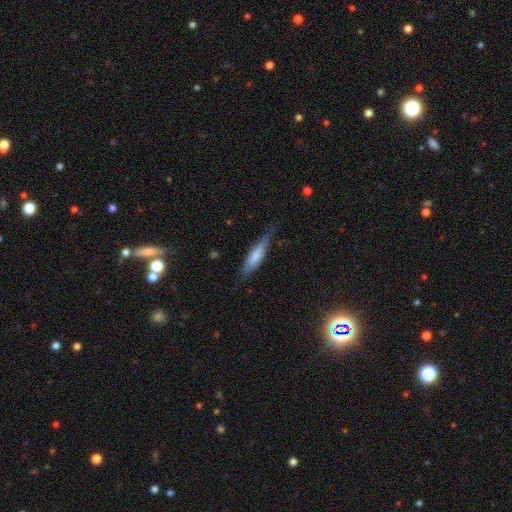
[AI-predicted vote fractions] Q: Smooth or featured?
A: smooth (73%); runner-up: featured or disk (21%)
Q: How rounded?
A: cigar-shaped (69%); runner-up: in between (29%)
Q: Merging?
A: none (71%); runner-up: minor disturbance (22%)